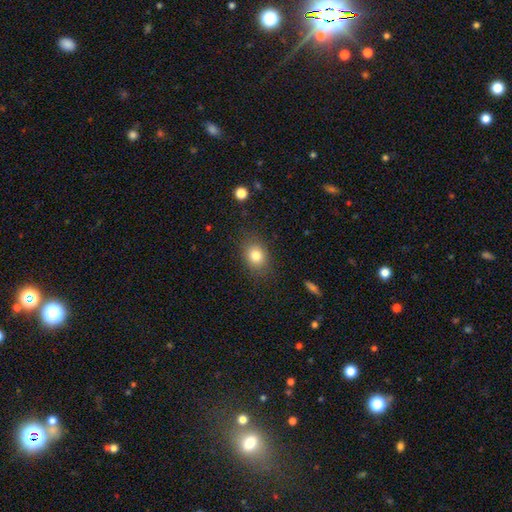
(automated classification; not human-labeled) smooth 80%, star or artifact 11%, featured or disk 9%. Down the decision tree: how rounded — in between (52%); merging — none (83%).